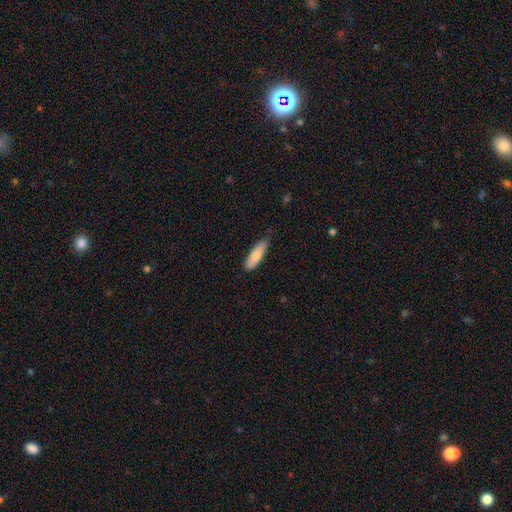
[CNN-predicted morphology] This appears to be a smooth galaxy with no disk features (80%) that is cigar-shaped (54%). Merging: none (73%).